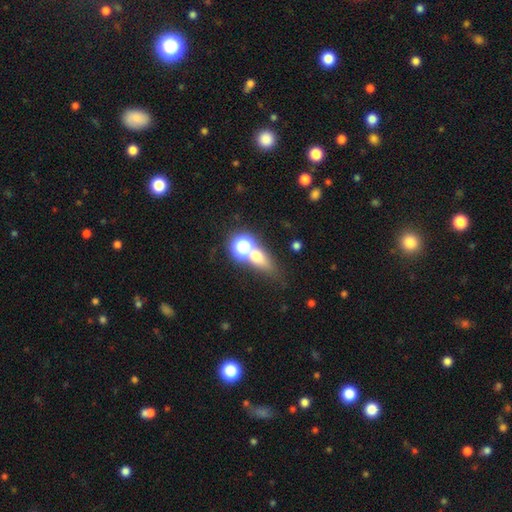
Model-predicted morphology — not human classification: Smooth or featured? Predicted: smooth (p=0.58). How rounded? Predicted: in between (p=0.47). Merging? Predicted: none (p=0.51).